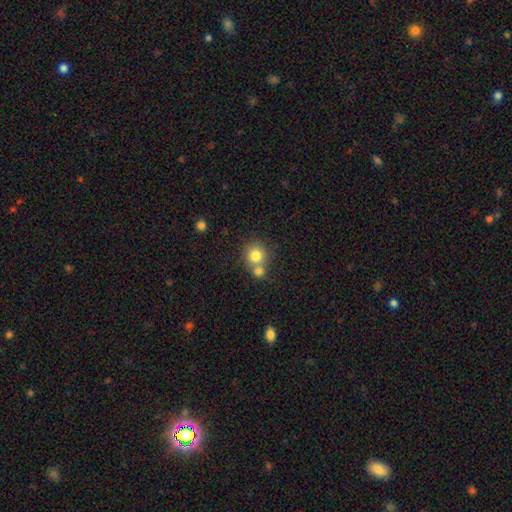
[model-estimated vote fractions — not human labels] Smooth or featured?
  - smooth: 79% *
  - star or artifact: 11%
  - featured or disk: 10%
How rounded?
  - round: 88% *
  - in between: 12%
  - cigar-shaped: 1%
Merging?
  - none: 49% *
  - merger: 41%
  - minor disturbance: 7%
  - major disturbance: 2%